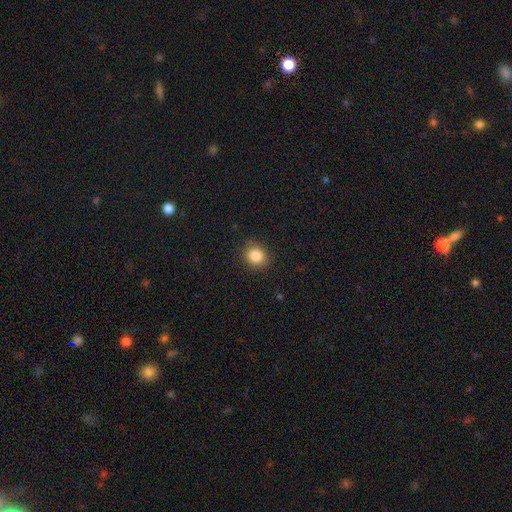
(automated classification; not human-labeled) Overall: smooth (85%). How rounded: round (76%). Merging: none (88%).